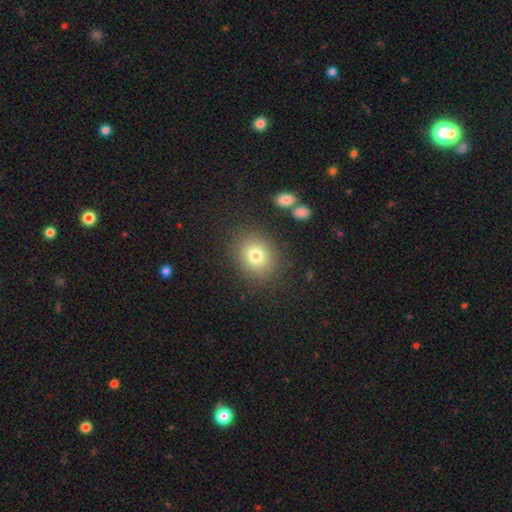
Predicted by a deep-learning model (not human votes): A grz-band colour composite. It shows a smooth galaxy with no disk features (76%) that is round (66%). Merging: none (85%).